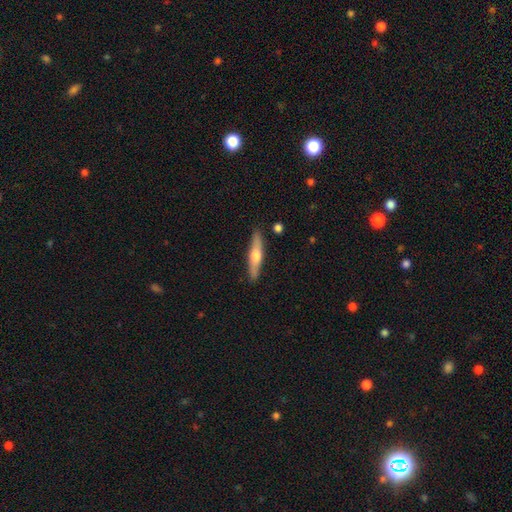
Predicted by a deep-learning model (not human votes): The model was most divided on "smooth or featured": featured or disk: 49%, smooth: 46%, star or artifact: 5%. More confident: merging — none (87%).